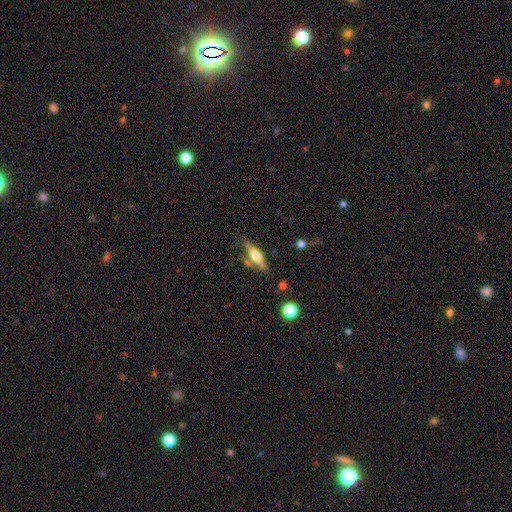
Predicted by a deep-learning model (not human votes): smooth-or-featured: featured or disk: 59% | smooth: 34% | star or artifact: 7%
  disk-edge-on: yes: 92% | no: 8%
    edge-on-bulge: rounded: 89% | boxy: 8% | none: 3%
  merging: none: 66% | minor disturbance: 18% | merger: 10% | major disturbance: 6%